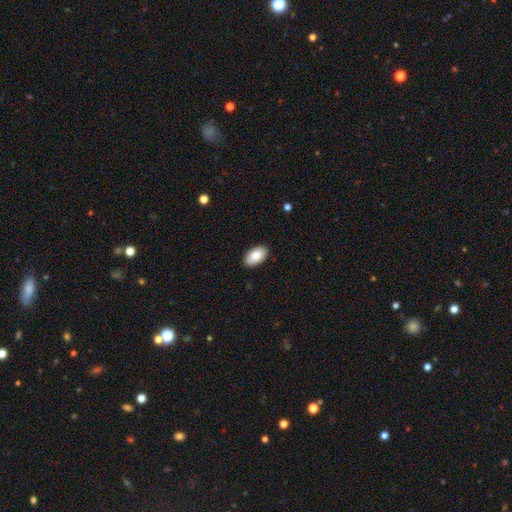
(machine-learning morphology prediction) A smooth galaxy with no disk features (87%) that is in between round and cigar-shaped (95%).

Vote fractions:
- Smooth or featured? smooth: 87% / featured or disk: 7% / star or artifact: 6%
- How rounded? in between: 95% / round: 3% / cigar-shaped: 1%
- Merging? none: 89% / minor disturbance: 8% / major disturbance: 2% / merger: 1%